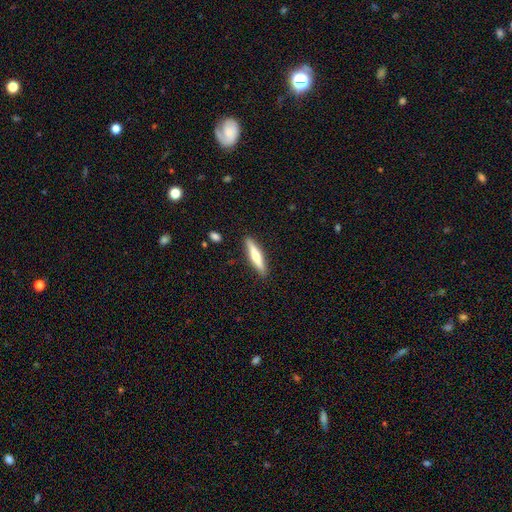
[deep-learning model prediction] This appears to be a featured or disk galaxy (50%). Merging: none (89%).